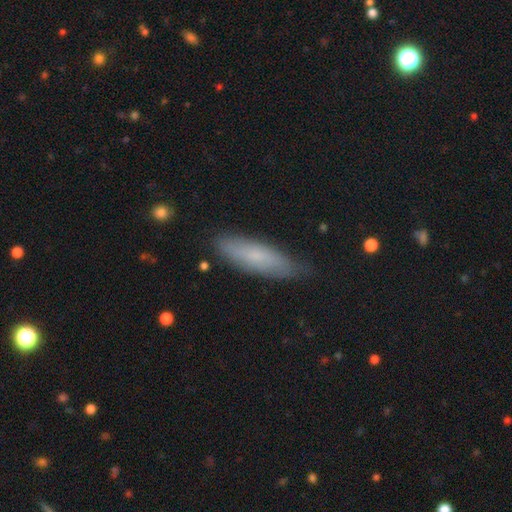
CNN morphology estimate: Smooth or featured? Predicted: smooth (p=0.71). How rounded? Predicted: cigar-shaped (p=0.60). Merging? Predicted: none (p=0.79).